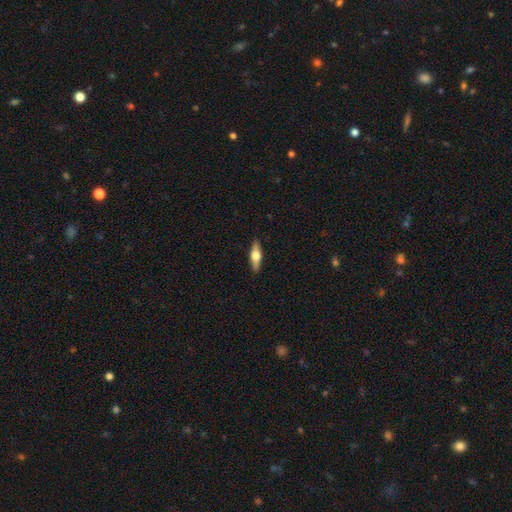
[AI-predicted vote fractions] This appears to be a featured or disk galaxy (52%) viewed edge-on (92%). Merging: none (90%).